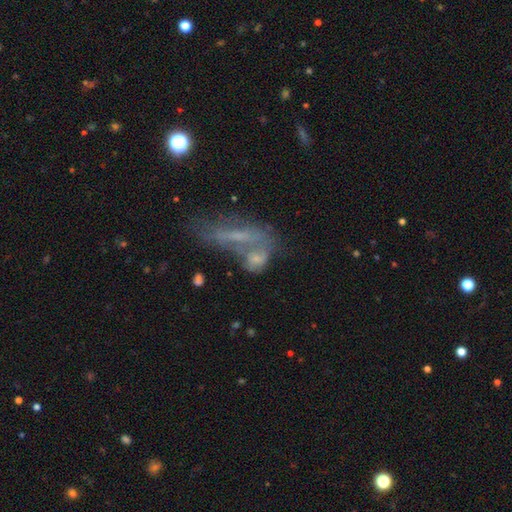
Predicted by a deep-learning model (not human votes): Smooth or featured? smooth (44%)
Merging? merger (47%)